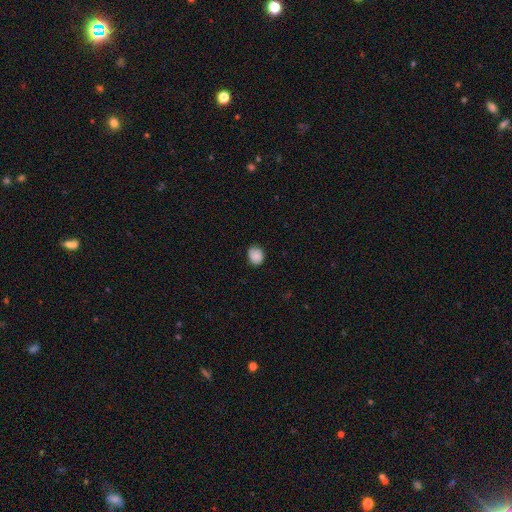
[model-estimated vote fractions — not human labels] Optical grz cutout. It shows a smooth galaxy with no disk features (86%) that is round (60%). Merging: none (75%).